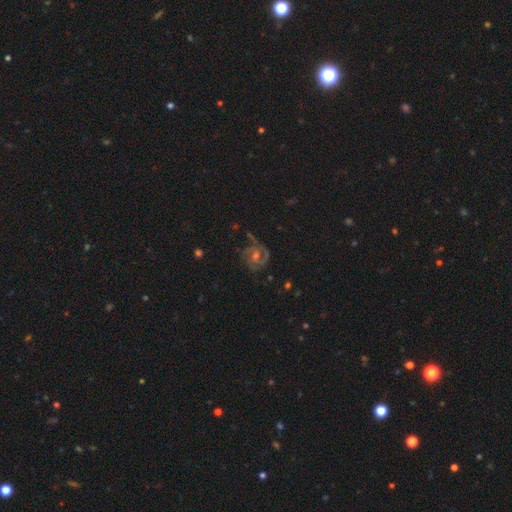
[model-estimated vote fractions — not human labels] featured or disk 79%, star or artifact 11%, smooth 9%. Down the decision tree: edge-on disk — no (98%); bar — no (55%); spiral arms — yes (95%); spiral arm count — 2 (48%); spiral winding — tight (47%); bulge size — moderate (55%); merging — none (68%).